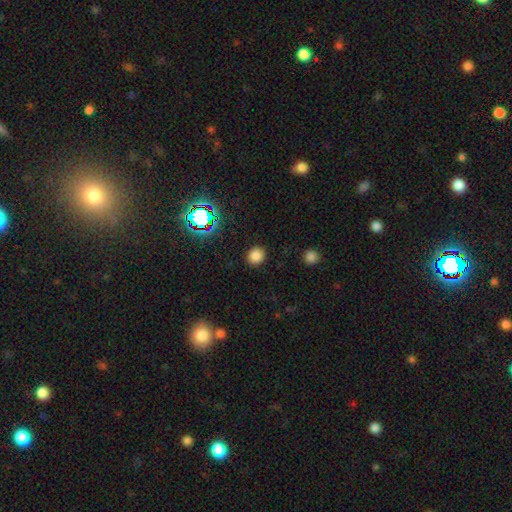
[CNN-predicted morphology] Smooth or featured? smooth (80%)
How rounded? round (81%)
Merging? none (90%)